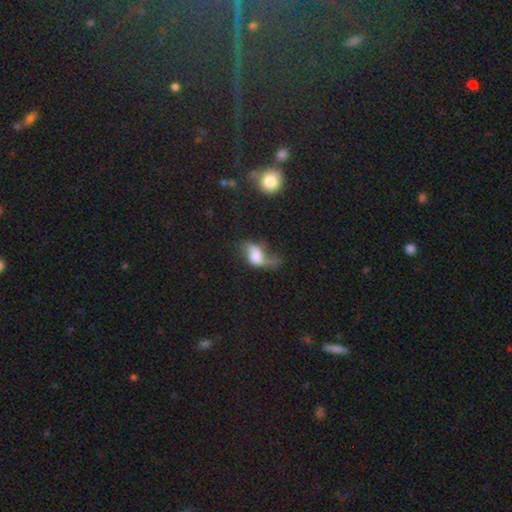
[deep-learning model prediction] Smooth or featured?
  - smooth: 47% *
  - featured or disk: 42%
  - star or artifact: 11%
Merging?
  - major disturbance: 44% *
  - none: 24%
  - minor disturbance: 22%
  - merger: 10%